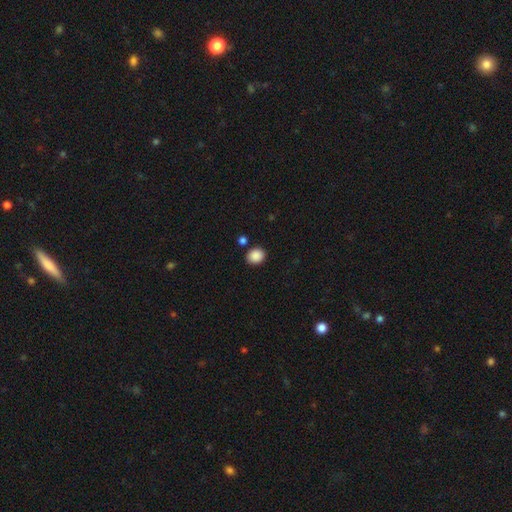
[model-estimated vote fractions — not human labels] Q: Smooth or featured?
A: smooth (88%); runner-up: star or artifact (9%)
Q: How rounded?
A: round (64%); runner-up: in between (35%)
Q: Merging?
A: none (84%); runner-up: minor disturbance (8%)